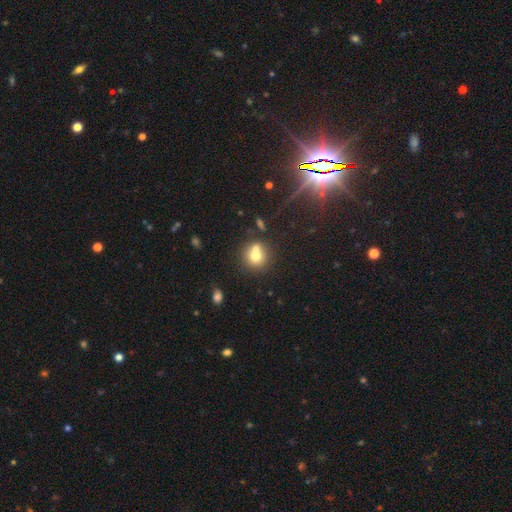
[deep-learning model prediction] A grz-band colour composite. It shows a smooth galaxy with no disk features (70%) that is round (82%). Merging: none (47%).